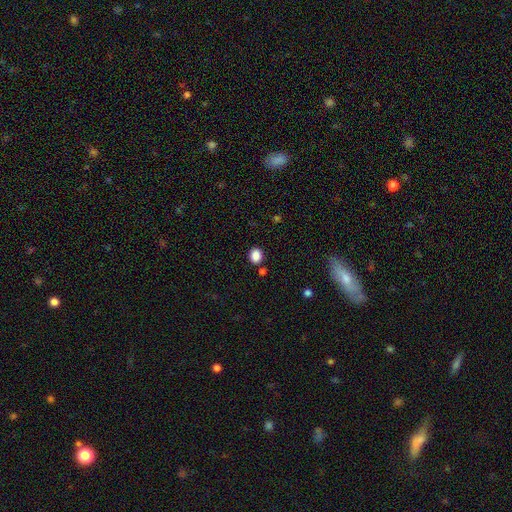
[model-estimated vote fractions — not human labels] Smooth or featured?
  - smooth: 86% *
  - star or artifact: 10%
  - featured or disk: 4%
How rounded?
  - round: 55% *
  - in between: 44%
  - cigar-shaped: 1%
Merging?
  - none: 82% *
  - minor disturbance: 10%
  - merger: 6%
  - major disturbance: 3%